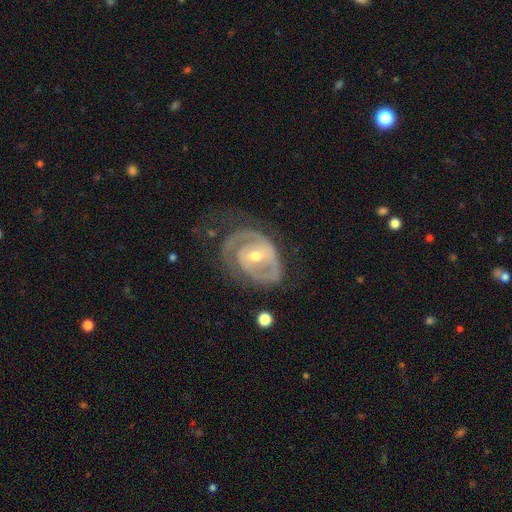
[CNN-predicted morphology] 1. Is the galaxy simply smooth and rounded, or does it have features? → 86% featured or disk, 9% smooth, 5% star or artifact.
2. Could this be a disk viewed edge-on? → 97% no, 3% yes.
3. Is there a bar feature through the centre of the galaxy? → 42% weak, 37% no, 21% strong.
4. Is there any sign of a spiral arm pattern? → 90% yes, 10% no.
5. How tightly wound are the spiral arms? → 62% tight, 29% medium, 9% loose.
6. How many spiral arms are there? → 48% 2, 24% 1, 18% can't tell, 6% 3, 2% 4, 2% more than 4.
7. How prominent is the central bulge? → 53% moderate, 43% small, 2% large, 1% none, 1% dominant.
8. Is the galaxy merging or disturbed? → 54% none, 24% minor disturbance, 21% major disturbance, 2% merger.